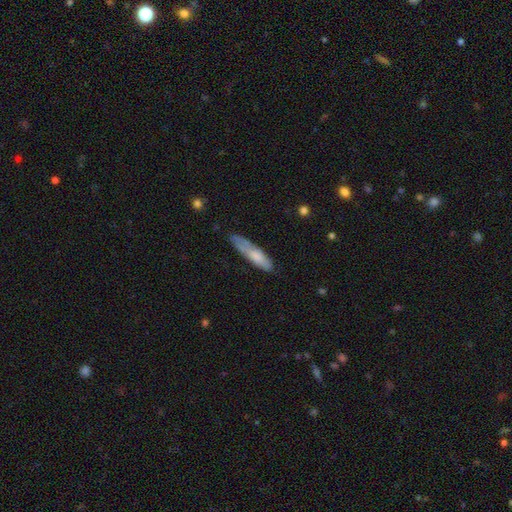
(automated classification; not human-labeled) This is likely a smooth galaxy (66%). How rounded: likely cigar-shaped (72%). Merging: possibly none (57%).